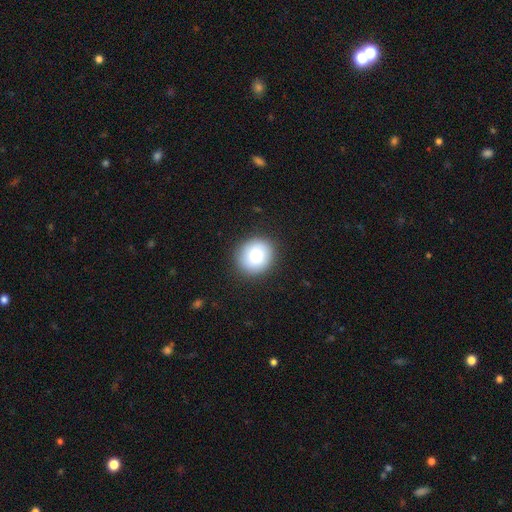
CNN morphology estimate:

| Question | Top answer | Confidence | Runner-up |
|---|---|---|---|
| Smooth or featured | smooth | 81% | featured or disk (11%) |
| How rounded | round | 84% | in between (15%) |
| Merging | none | 89% | minor disturbance (8%) |